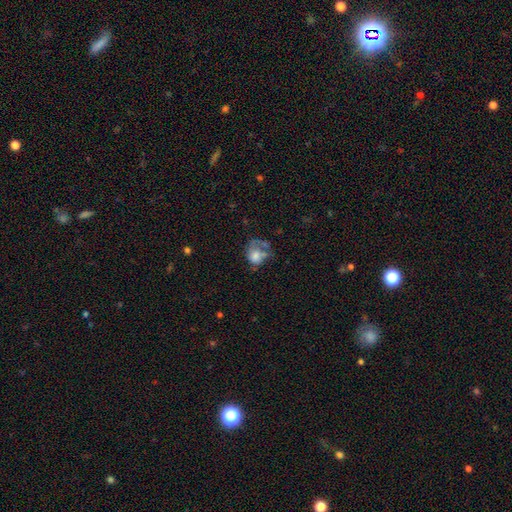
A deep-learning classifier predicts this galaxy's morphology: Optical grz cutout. It shows a smooth galaxy with no disk features (57%) that is in between round and cigar-shaped (52%). Merging: major disturbance (41%).